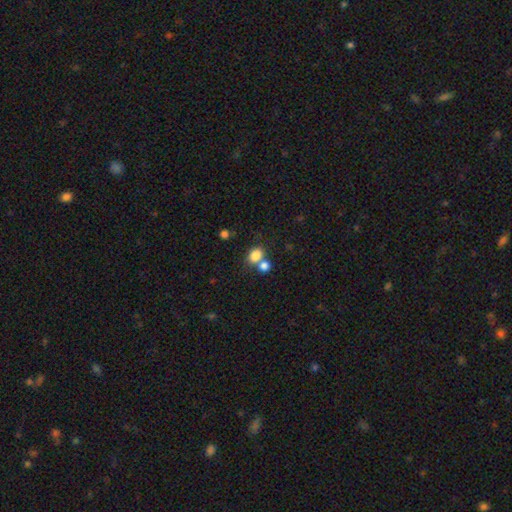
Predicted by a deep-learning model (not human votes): Morphology: type=smooth (82%); roundness=in between (62%); merging=none (49%).